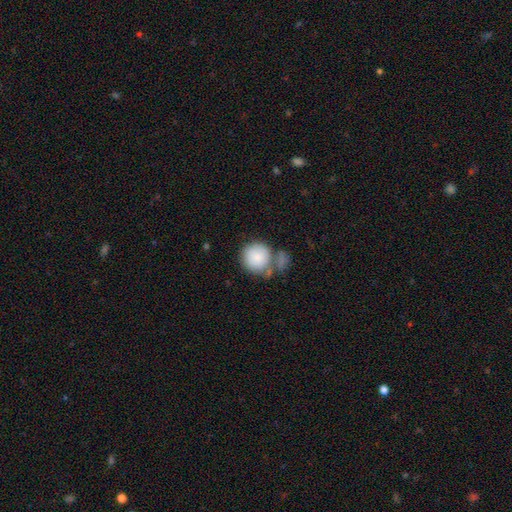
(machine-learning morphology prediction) Smooth or featured? smooth (83%)
How rounded? round (90%)
Merging? none (49%)